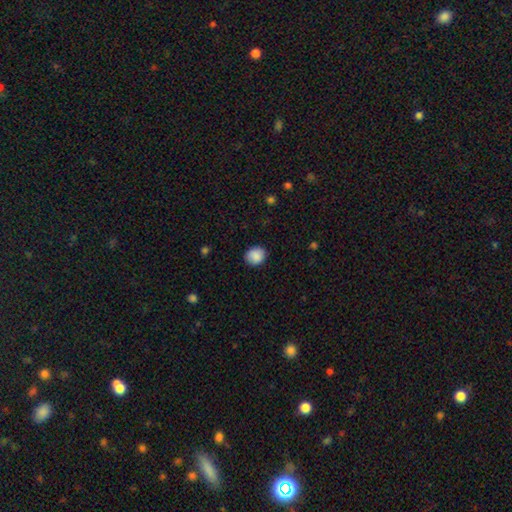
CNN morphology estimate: Smooth or featured? smooth (89%)
How rounded? round (73%)
Merging? none (88%)